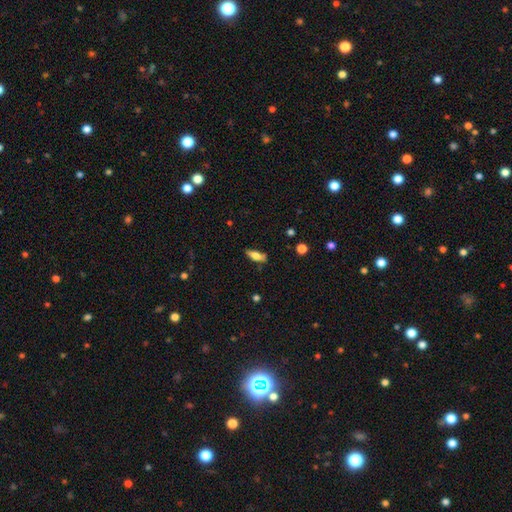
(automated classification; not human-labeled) Smooth or featured? smooth (59%)
How rounded? in between (59%)
Merging? none (76%)